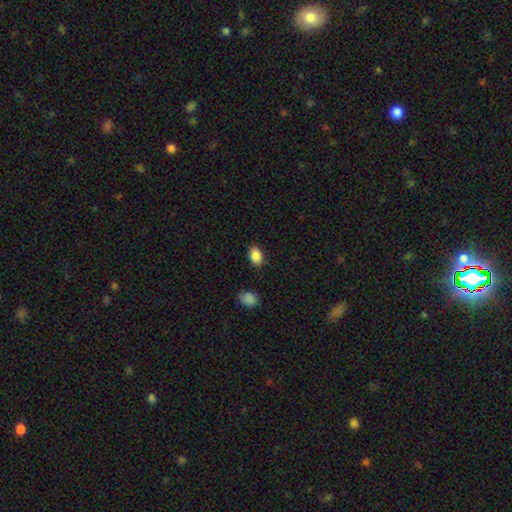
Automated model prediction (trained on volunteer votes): Smooth or featured: smooth — 87% (star or artifact — 9%)
How rounded: in between — 81% (round — 18%)
Merging: none — 83% (minor disturbance — 12%)